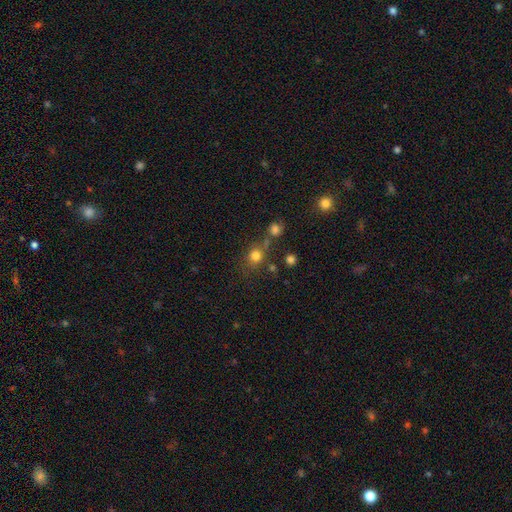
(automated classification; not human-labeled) Smooth or featured? smooth (78%)
How rounded? round (80%)
Merging? none (65%)